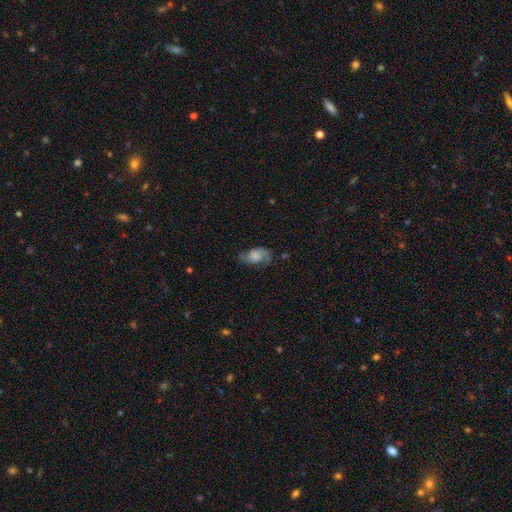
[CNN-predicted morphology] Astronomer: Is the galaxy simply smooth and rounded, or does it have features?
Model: featured or disk — 53% (runner-up: smooth, 39%).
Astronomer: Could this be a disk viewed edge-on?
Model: no — 95%.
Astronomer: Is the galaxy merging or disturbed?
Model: none — 65%.